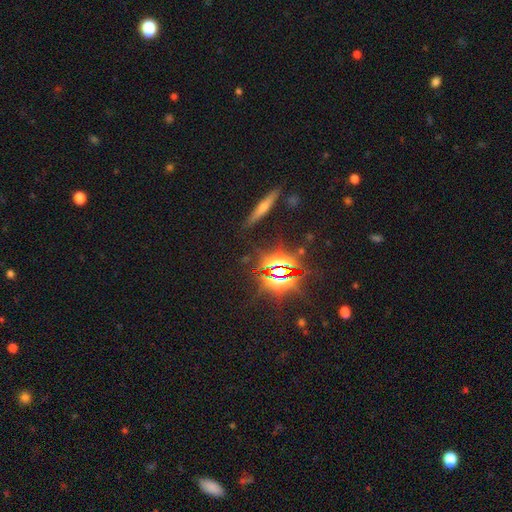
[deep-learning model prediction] Overall: star or artifact (66%).